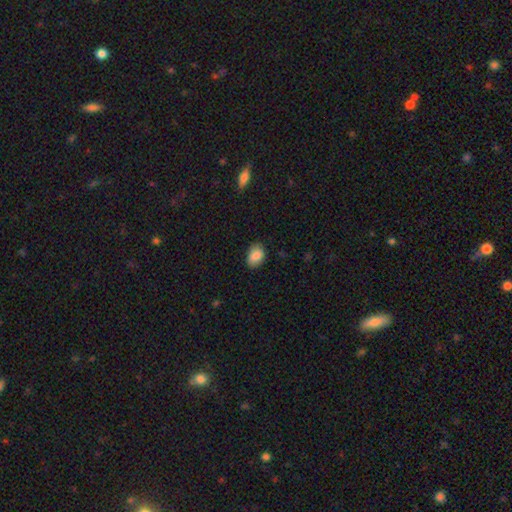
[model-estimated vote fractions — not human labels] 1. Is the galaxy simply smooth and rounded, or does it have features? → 87% smooth, 7% star or artifact, 6% featured or disk.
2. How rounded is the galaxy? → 81% in between, 18% round, 1% cigar-shaped.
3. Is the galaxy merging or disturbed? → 84% none, 13% minor disturbance, 2% major disturbance, 1% merger.